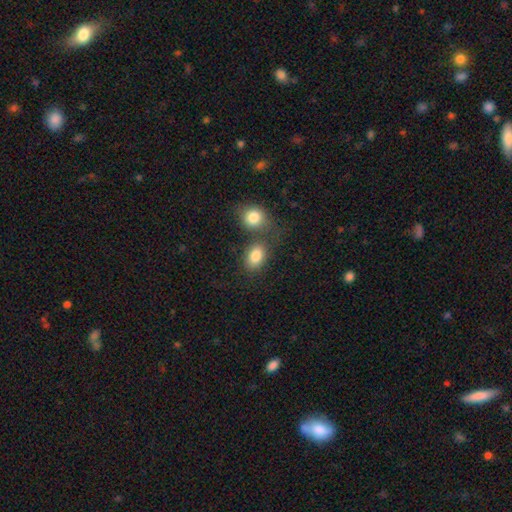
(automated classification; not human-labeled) This is clearly a smooth galaxy (84%). How rounded: likely in between (78%). Merging: possibly none (54%).